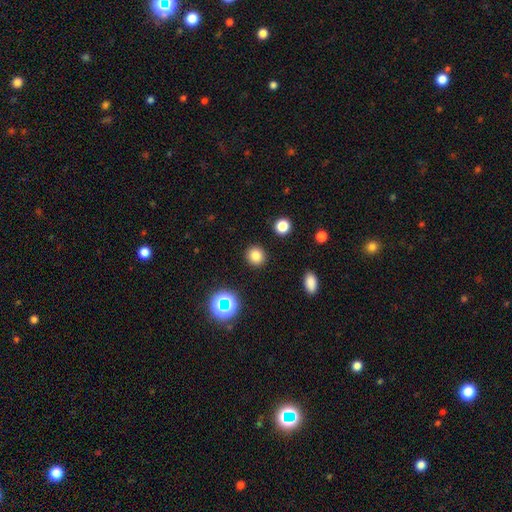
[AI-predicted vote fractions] Smooth or featured: smooth — 80% (star or artifact — 14%)
How rounded: round — 89% (in between — 10%)
Merging: none — 91% (minor disturbance — 5%)